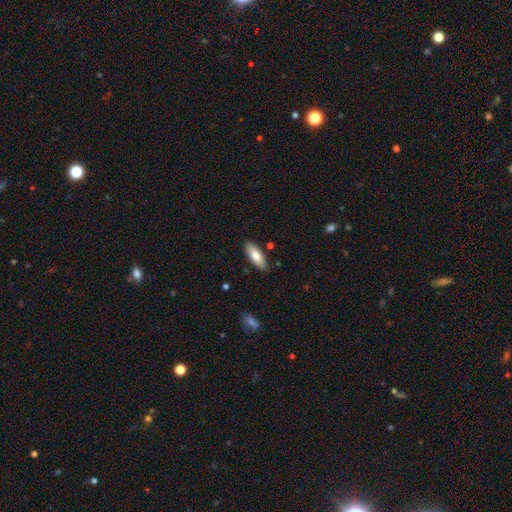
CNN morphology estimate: This appears to be a smooth galaxy with no disk features (81%) that is in between round and cigar-shaped (75%). Merging: none (86%).